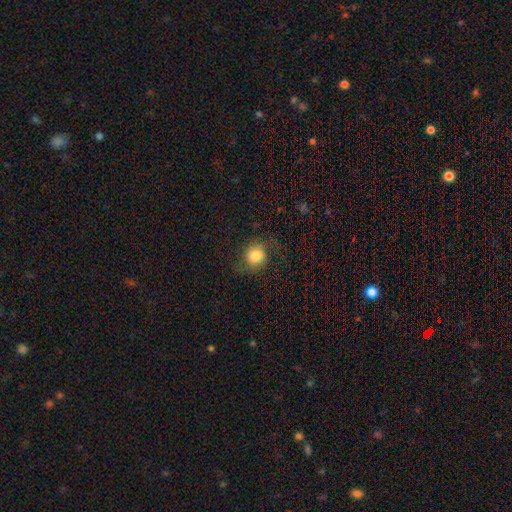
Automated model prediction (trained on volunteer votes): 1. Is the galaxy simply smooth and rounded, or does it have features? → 64% smooth, 26% featured or disk, 10% star or artifact.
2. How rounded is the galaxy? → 74% round, 25% in between, 1% cigar-shaped.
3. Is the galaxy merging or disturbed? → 69% none, 18% minor disturbance, 12% major disturbance, 1% merger.